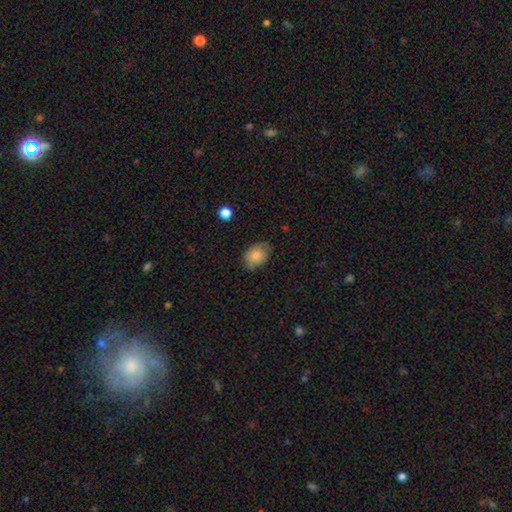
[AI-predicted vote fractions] smooth-or-featured: smooth: 82% | featured or disk: 10% | star or artifact: 8%
  how-rounded: in between: 80% | round: 19% | cigar-shaped: 1%
  merging: none: 71% | minor disturbance: 24% | major disturbance: 5% | merger: 1%